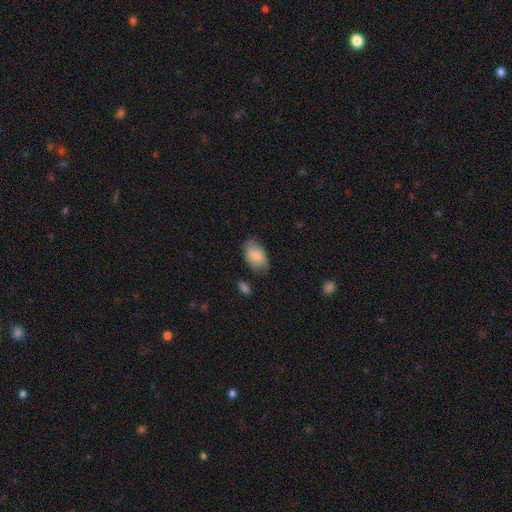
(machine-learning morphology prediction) A smooth galaxy with no disk features (82%) that is in between round and cigar-shaped (89%). Merging: none (70%).